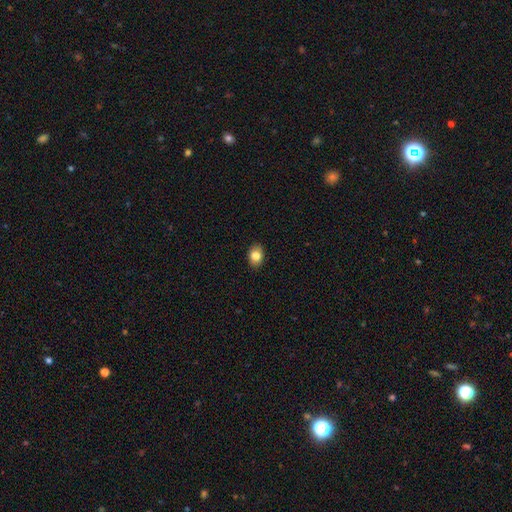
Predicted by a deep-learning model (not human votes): A smooth galaxy with no disk features (82%) that is in between round and cigar-shaped (71%). Merging: none (89%).